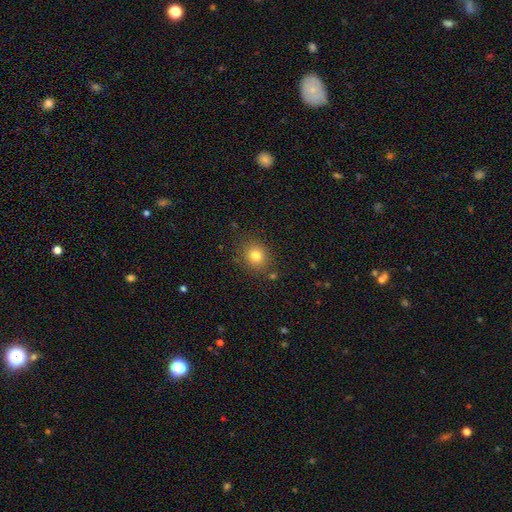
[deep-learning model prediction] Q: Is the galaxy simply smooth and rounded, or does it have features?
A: smooth — 79%.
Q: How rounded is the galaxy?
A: round — 80%.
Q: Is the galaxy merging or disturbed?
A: none — 84%.